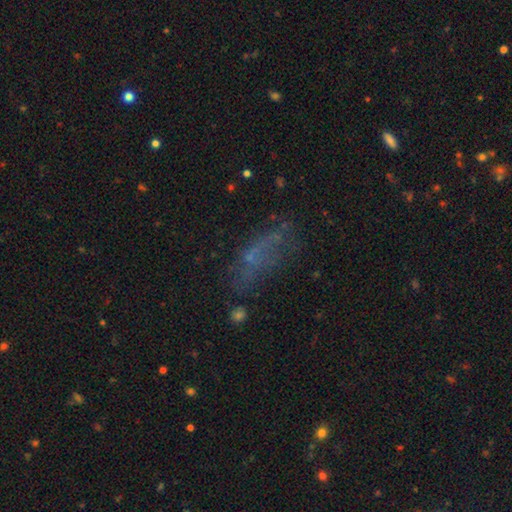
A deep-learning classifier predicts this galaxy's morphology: Overall: smooth (42%; featured or disk 35%). Merging: none (41%; major disturbance 30%).